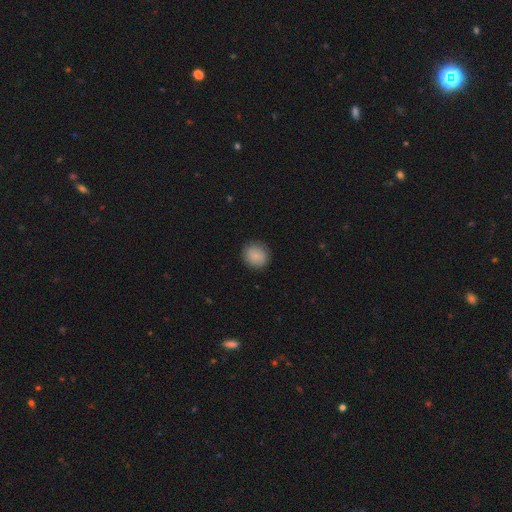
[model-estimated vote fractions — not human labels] Morphology: type=smooth (87%); roundness=round (84%); merging=none (87%).